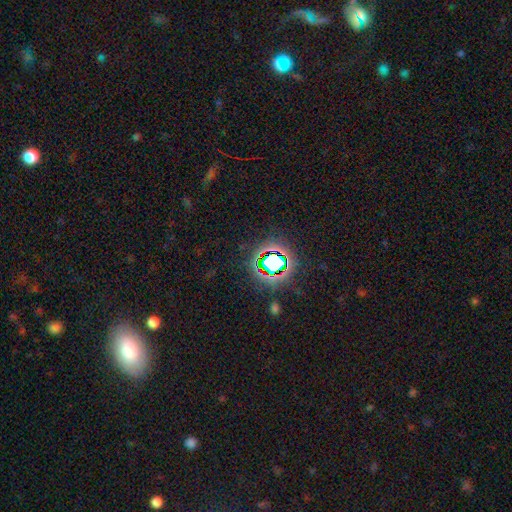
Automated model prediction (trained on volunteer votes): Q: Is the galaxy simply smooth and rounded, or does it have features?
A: star or artifact — 76%.